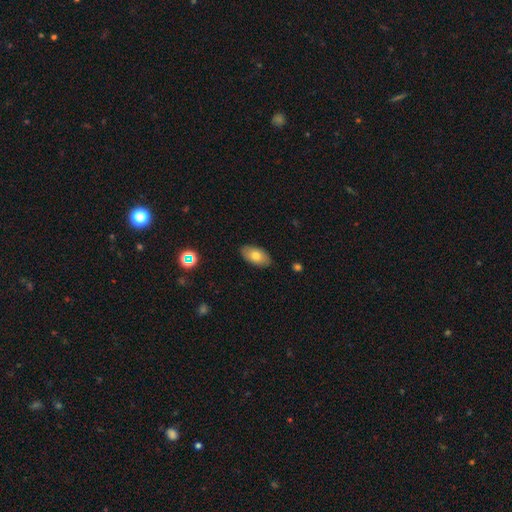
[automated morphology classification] Overall: smooth (73%). How rounded: in between (94%). Merging: none (86%).